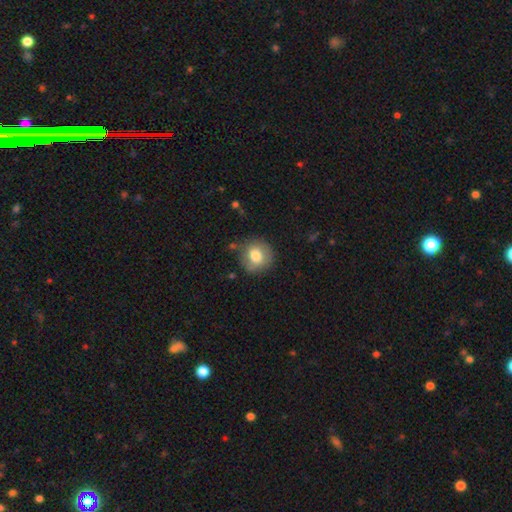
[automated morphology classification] Smooth or featured?
  - smooth: 79% *
  - featured or disk: 13%
  - star or artifact: 8%
How rounded?
  - round: 87% *
  - in between: 12%
  - cigar-shaped: 1%
Merging?
  - none: 77% *
  - minor disturbance: 15%
  - major disturbance: 4%
  - merger: 3%